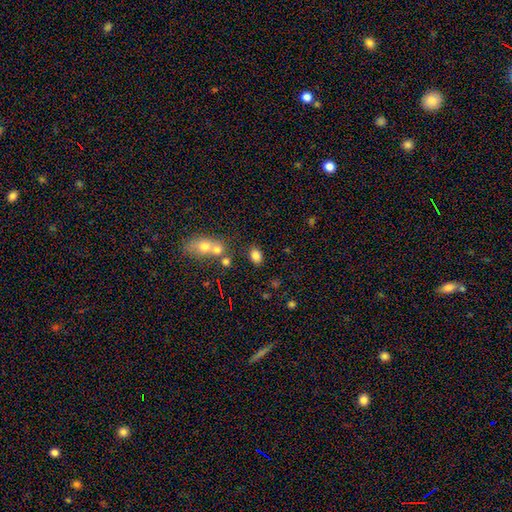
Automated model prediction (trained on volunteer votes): This appears to be a smooth galaxy with no disk features (81%) that is in between round and cigar-shaped (75%). Merging: none (73%).